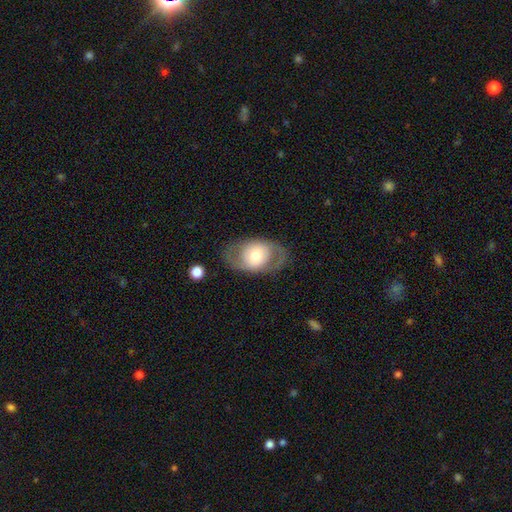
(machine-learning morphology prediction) The model was most divided on "smooth or featured": featured or disk: 52%, smooth: 42%, star or artifact: 6%. More confident: edge-on disk — no (92%); merging — none (74%).